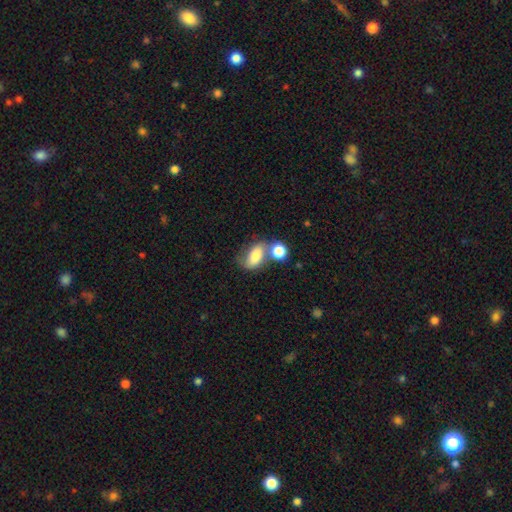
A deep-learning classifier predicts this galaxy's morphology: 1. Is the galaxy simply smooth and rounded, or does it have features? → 67% smooth, 23% featured or disk, 10% star or artifact.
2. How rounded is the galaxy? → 81% in between, 14% round, 5% cigar-shaped.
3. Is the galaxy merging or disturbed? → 36% merger (tied), 36% none (tied), 17% minor disturbance, 11% major disturbance.